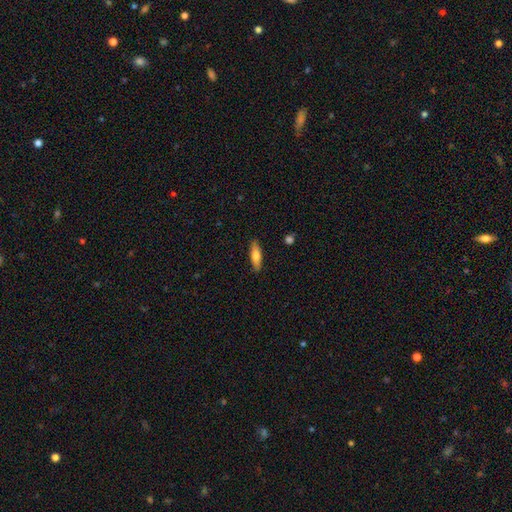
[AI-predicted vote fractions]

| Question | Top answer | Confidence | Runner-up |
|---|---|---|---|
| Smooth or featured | smooth | 69% | featured or disk (24%) |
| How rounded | cigar-shaped | 55% | in between (43%) |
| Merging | none | 88% | minor disturbance (9%) |